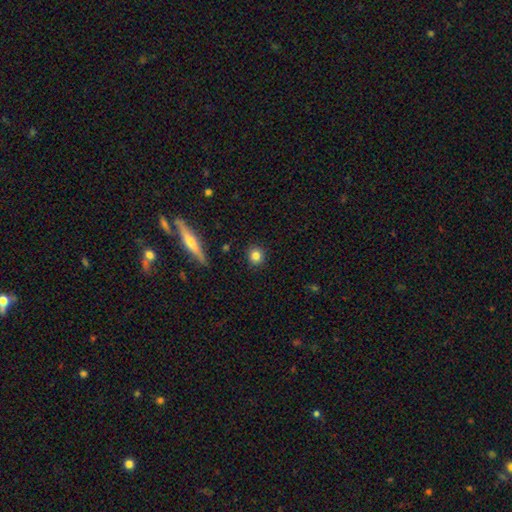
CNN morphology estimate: The model was most divided on "smooth or featured": smooth: 83%, star or artifact: 10%, featured or disk: 8%. More confident: merging — none (90%); how rounded — round (87%).